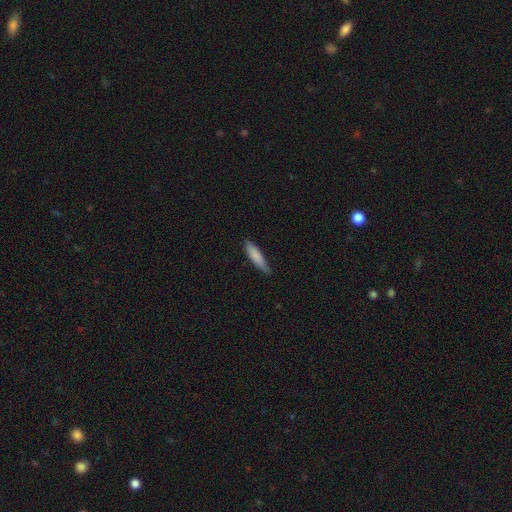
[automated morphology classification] Q: Smooth or featured?
A: smooth (83%); runner-up: featured or disk (12%)
Q: How rounded?
A: cigar-shaped (79%); runner-up: in between (20%)
Q: Merging?
A: none (80%); runner-up: minor disturbance (17%)